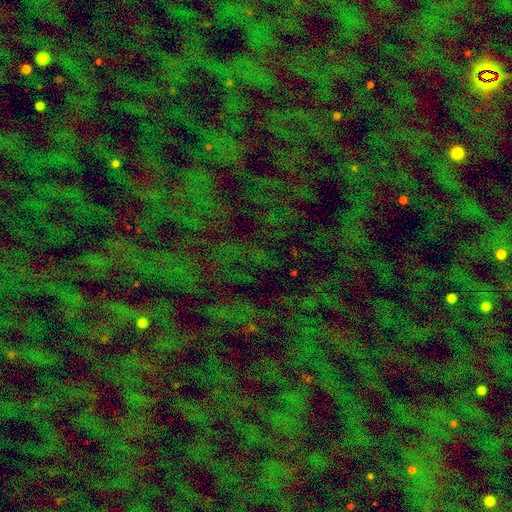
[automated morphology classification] This is likely a star or artifact rather than a galaxy (72%).